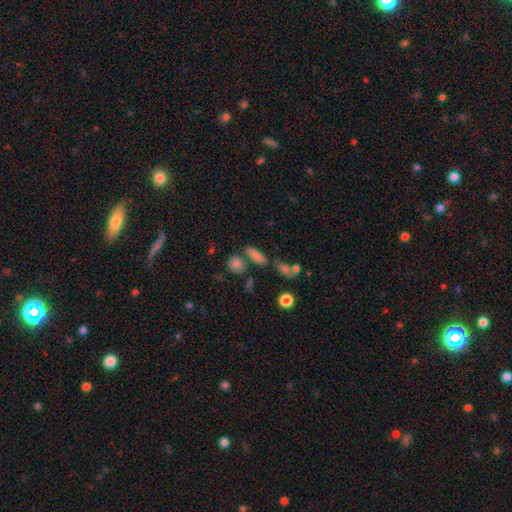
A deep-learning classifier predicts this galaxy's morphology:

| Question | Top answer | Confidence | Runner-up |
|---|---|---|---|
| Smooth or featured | smooth | 70% | star or artifact (16%) |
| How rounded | in between | 54% | cigar-shaped (34%) |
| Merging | none | 58% | merger (22%) |